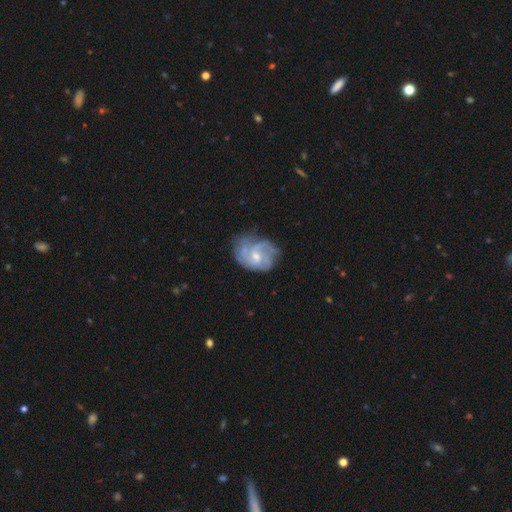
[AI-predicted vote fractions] Q: Smooth or featured?
A: featured or disk (74%); runner-up: smooth (19%)
Q: Edge-on disk?
A: no (98%); runner-up: yes (2%)
Q: Bar?
A: no (58%); runner-up: weak (38%)
Q: Spiral arms?
A: yes (85%); runner-up: no (15%)
Q: Spiral winding?
A: medium (42%); runner-up: tight (38%)
Q: Spiral arm count?
A: can't tell (34%); runner-up: 3 (26%)
Q: Bulge size?
A: small (52%); runner-up: moderate (42%)
Q: Merging?
A: none (53%); runner-up: minor disturbance (27%)